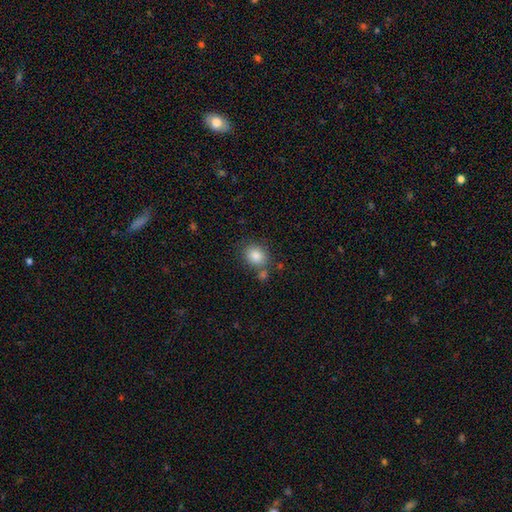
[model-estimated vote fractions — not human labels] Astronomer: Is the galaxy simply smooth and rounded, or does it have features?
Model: smooth — 85%.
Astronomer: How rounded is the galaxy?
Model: round — 62% (runner-up: in between, 37%).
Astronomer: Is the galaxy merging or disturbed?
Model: none — 71%.